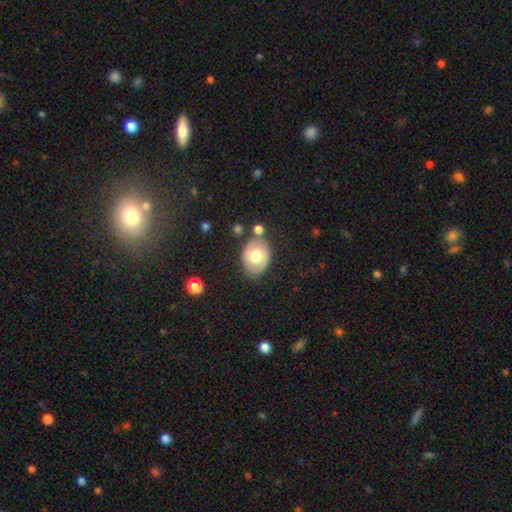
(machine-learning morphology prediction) A smooth galaxy with no disk features (58%) that is in between round and cigar-shaped (69%).

Vote fractions:
- Smooth or featured? smooth: 58% / featured or disk: 35% / star or artifact: 7%
- How rounded? in between: 69% / round: 29% / cigar-shaped: 1%
- Merging? none: 70% / minor disturbance: 18% / merger: 7% / major disturbance: 5%